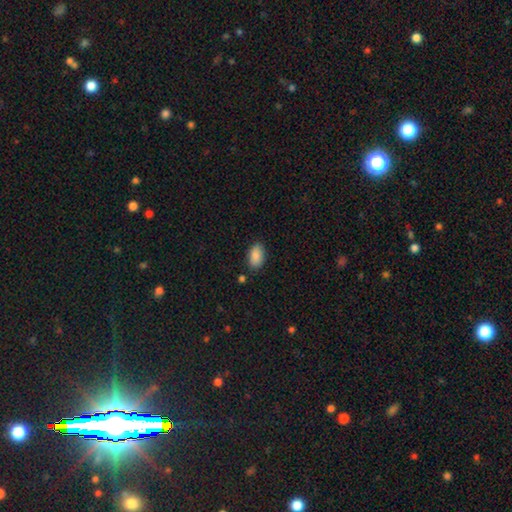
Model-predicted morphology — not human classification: The model was most divided on "merging": none: 83%, minor disturbance: 12%, major disturbance: 3%, merger: 2%. More confident: how rounded — in between (93%); smooth or featured — smooth (89%).